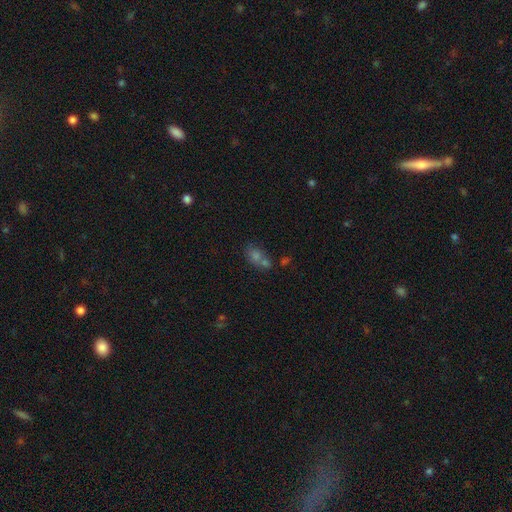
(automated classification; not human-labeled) Morphology: type=smooth (63%); roundness=in between (59%); merging=merger (46%).